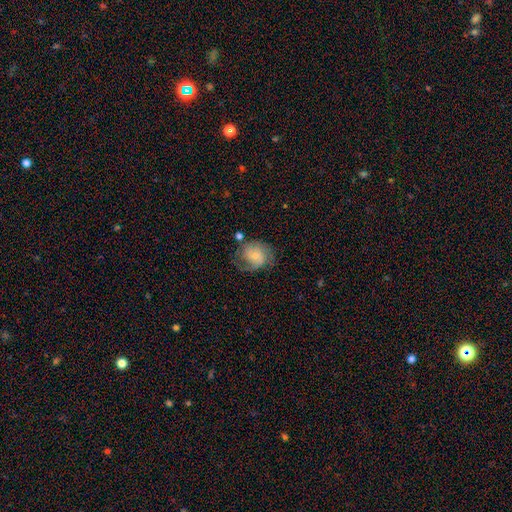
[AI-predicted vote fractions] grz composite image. It shows a featured or disk galaxy (58%) with no bar (62%), spiral arms (86%) and a small central bulge (60%). Merging: none (48%).